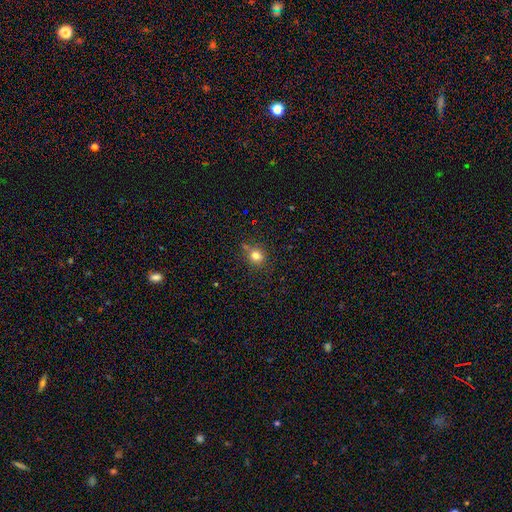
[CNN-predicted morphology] This appears to be a smooth galaxy with no disk features (78%) that is round (84%). Merging: none (71%).